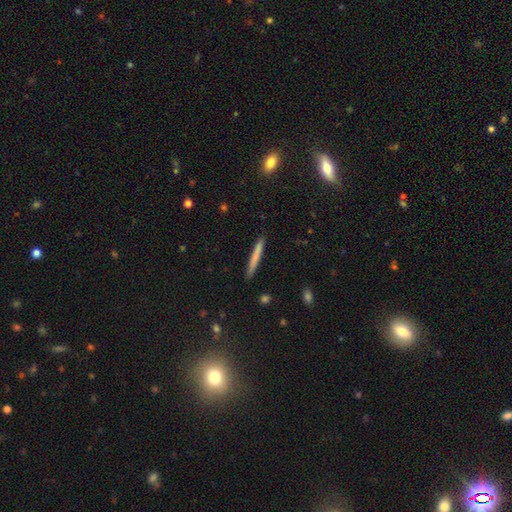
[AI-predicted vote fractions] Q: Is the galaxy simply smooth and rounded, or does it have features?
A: smooth — 70%.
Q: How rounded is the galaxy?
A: cigar-shaped — 97%.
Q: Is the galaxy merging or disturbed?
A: none — 90%.